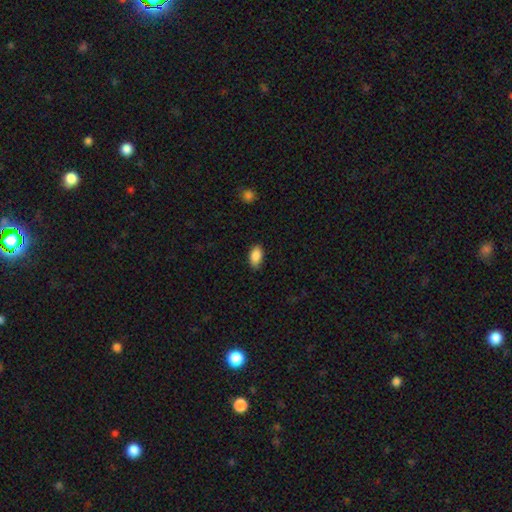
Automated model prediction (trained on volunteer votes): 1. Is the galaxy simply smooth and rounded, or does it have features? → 88% smooth, 7% star or artifact, 4% featured or disk.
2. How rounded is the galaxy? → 92% in between, 4% round, 3% cigar-shaped.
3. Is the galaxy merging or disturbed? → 83% none, 14% minor disturbance, 2% major disturbance, 1% merger.